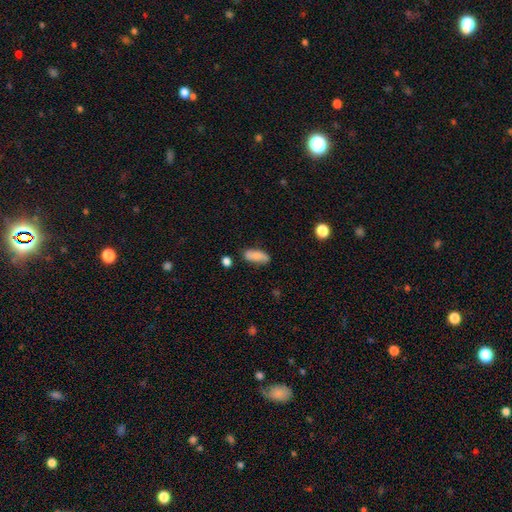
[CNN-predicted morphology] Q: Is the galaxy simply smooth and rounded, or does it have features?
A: smooth — 81%.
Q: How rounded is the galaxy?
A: in between — 76%.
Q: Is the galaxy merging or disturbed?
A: none — 72%.